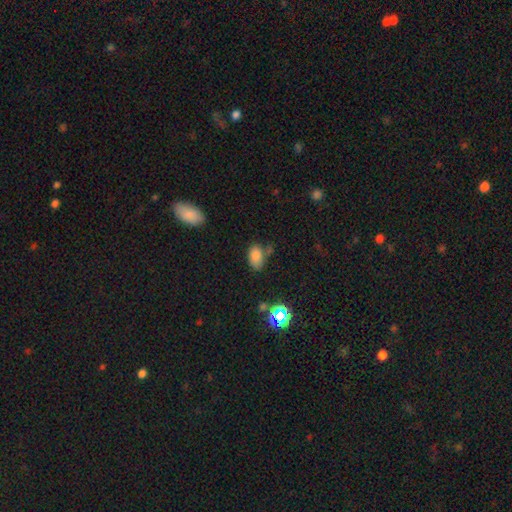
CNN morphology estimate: A smooth galaxy with no disk features (79%) that is in between round and cigar-shaped (91%).

Vote fractions:
- Smooth or featured? smooth: 79% / star or artifact: 13% / featured or disk: 8%
- How rounded? in between: 91% / round: 8% / cigar-shaped: 2%
- Merging? none: 56% / minor disturbance: 24% / merger: 12% / major disturbance: 8%